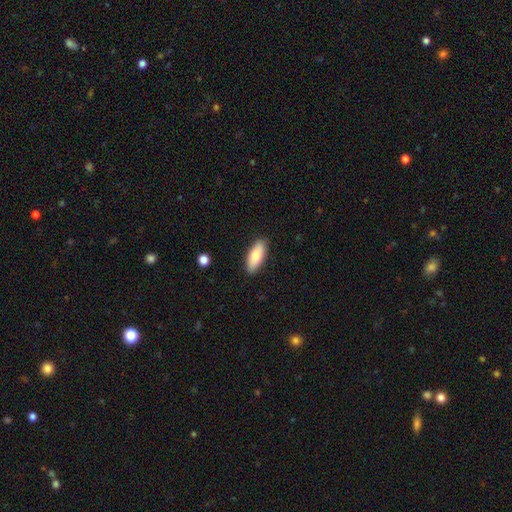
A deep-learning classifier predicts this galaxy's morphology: Overall: smooth (81%). How rounded: in between (73%). Merging: none (88%).